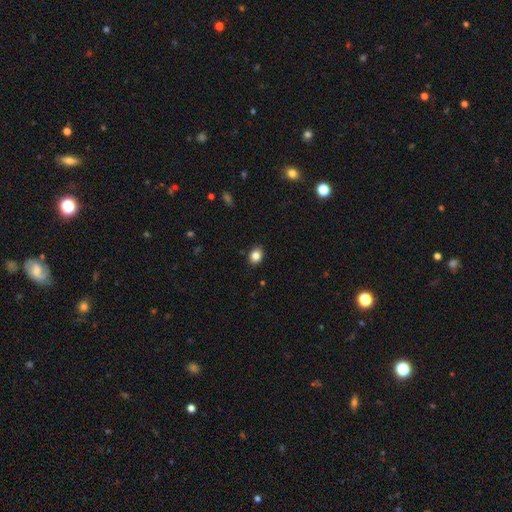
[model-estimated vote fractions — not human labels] This is clearly a smooth galaxy (84%). How rounded: possibly in between (52%). Merging: clearly none (89%).